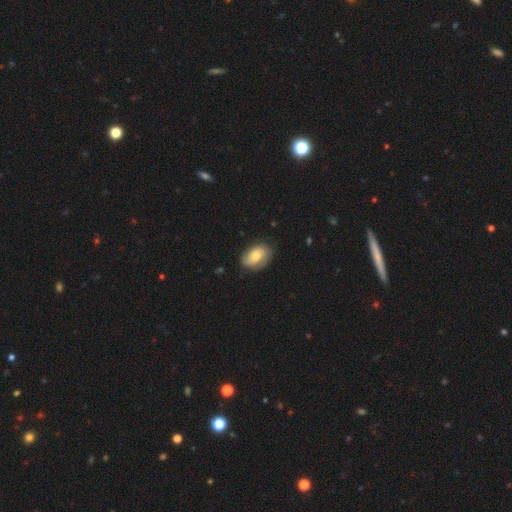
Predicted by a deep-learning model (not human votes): Smooth or featured: smooth — 55% (featured or disk — 38%)
How rounded: in between — 82% (round — 17%)
Merging: none — 74% (minor disturbance — 19%)